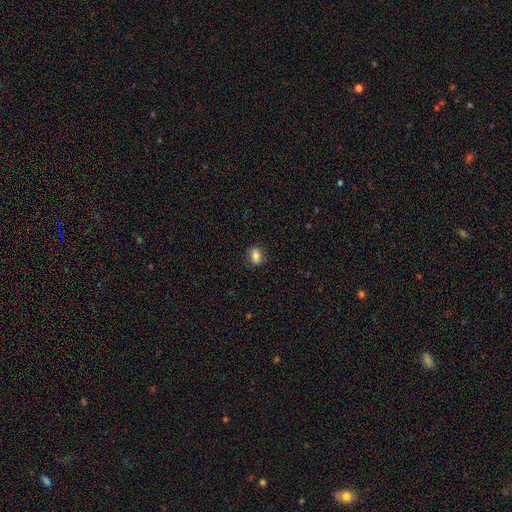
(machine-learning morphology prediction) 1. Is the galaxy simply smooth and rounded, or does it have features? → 80% smooth, 10% featured or disk, 10% star or artifact.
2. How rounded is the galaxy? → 62% in between, 36% round, 2% cigar-shaped.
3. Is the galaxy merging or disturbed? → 83% none, 13% minor disturbance, 3% major disturbance, 1% merger.